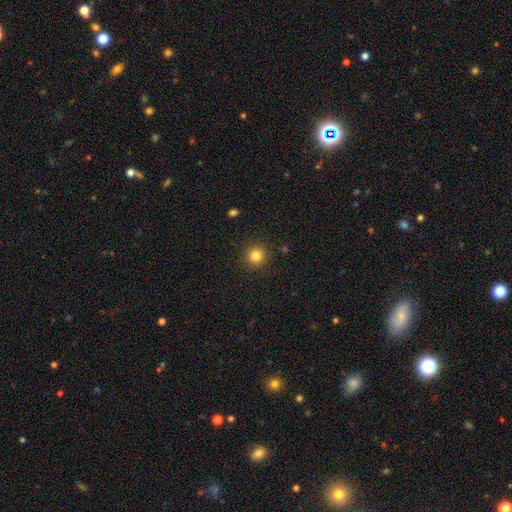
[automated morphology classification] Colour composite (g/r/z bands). It shows a smooth galaxy with no disk features (83%) that is round (94%). Merging: none (91%).